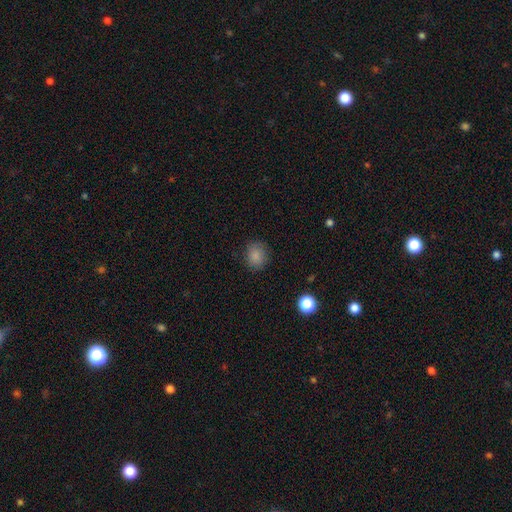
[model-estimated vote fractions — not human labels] A smooth galaxy with no disk features (85%) that is round (72%).

Vote fractions:
- Smooth or featured? smooth: 85% / star or artifact: 11% / featured or disk: 4%
- How rounded? round: 72% / in between: 27% / cigar-shaped: 1%
- Merging? none: 85% / minor disturbance: 11% / major disturbance: 3% / merger: 1%